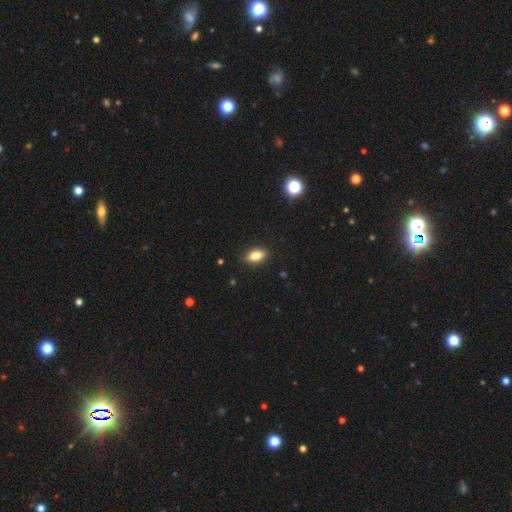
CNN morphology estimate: Overall: smooth (83%). How rounded: in between (88%). Merging: none (88%).